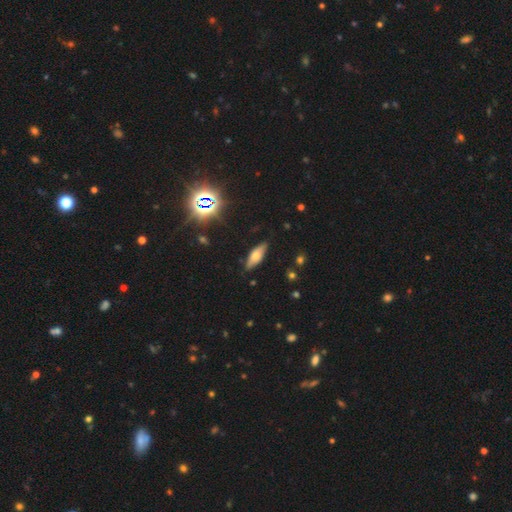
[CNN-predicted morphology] Smooth or featured? Predicted: smooth (p=0.56). How rounded? Predicted: in between (p=0.66). Merging? Predicted: none (p=0.83).